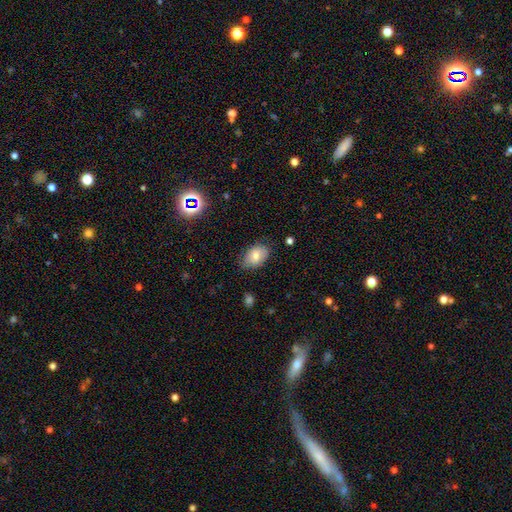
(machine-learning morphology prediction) Q: Smooth or featured?
A: smooth (76%); runner-up: featured or disk (15%)
Q: How rounded?
A: in between (87%); runner-up: round (12%)
Q: Merging?
A: none (79%); runner-up: minor disturbance (17%)